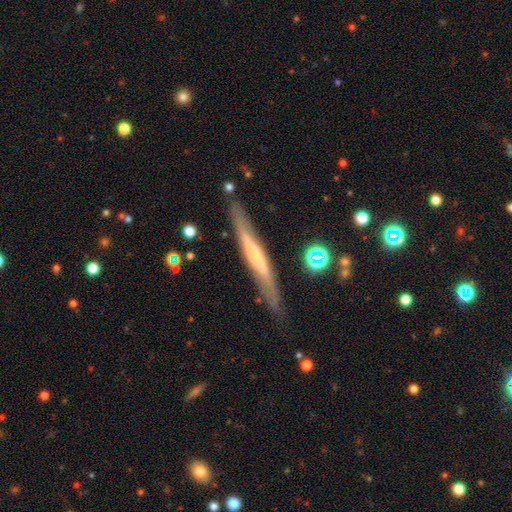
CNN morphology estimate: The model was most divided on "edge-on bulge": none: 48%, rounded: 37%, boxy: 14%. More confident: edge-on disk — yes (91%); merging — none (82%); smooth or featured — featured or disk (60%).